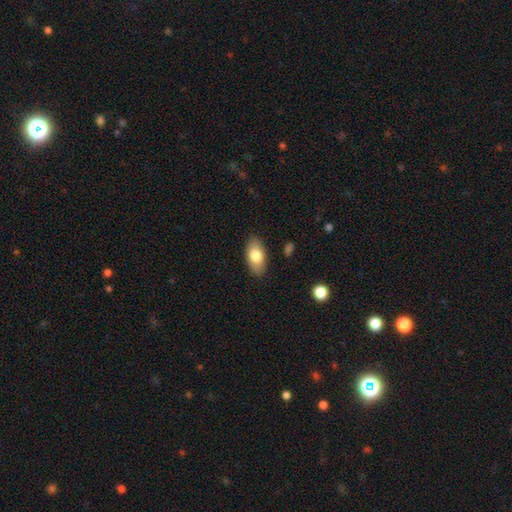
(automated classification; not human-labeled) Smooth or featured? Predicted: smooth (p=0.79). How rounded? Predicted: in between (p=0.92). Merging? Predicted: none (p=0.87).